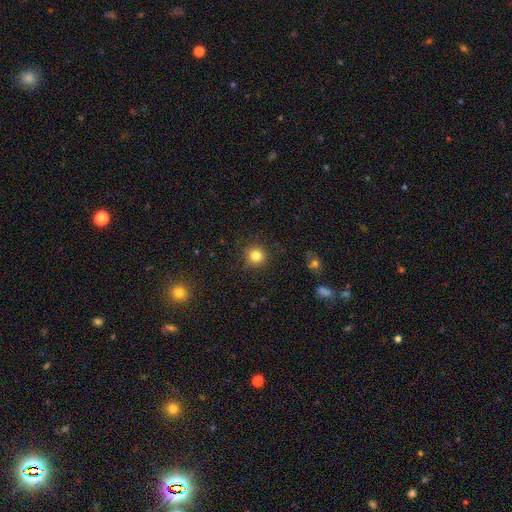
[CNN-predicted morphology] smooth_or_featured: smooth (p=0.82) [alt: star or artifact p=0.12]
how_rounded: round (p=0.94) [alt: in between p=0.05]
merging: none (p=0.91) [alt: minor disturbance p=0.06]